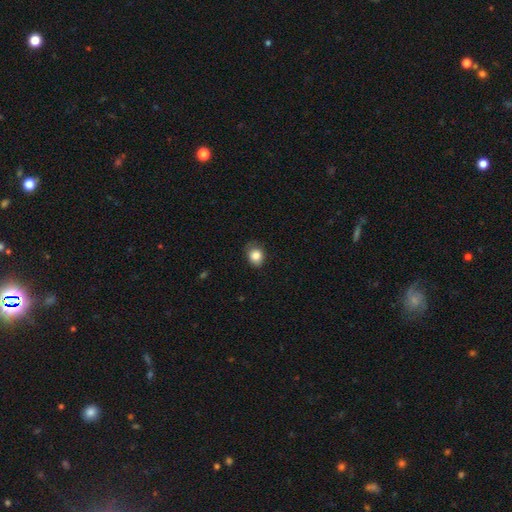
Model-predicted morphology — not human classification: Overall: smooth (85%). How rounded: round (60%; in between 39%). Merging: none (73%).